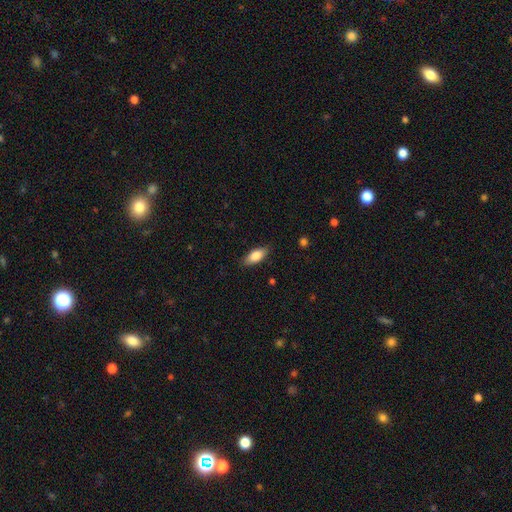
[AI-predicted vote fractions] Smooth or featured?
  - smooth: 81% *
  - featured or disk: 13%
  - star or artifact: 6%
How rounded?
  - in between: 81% *
  - cigar-shaped: 16%
  - round: 2%
Merging?
  - none: 84% *
  - minor disturbance: 12%
  - major disturbance: 3%
  - merger: 1%